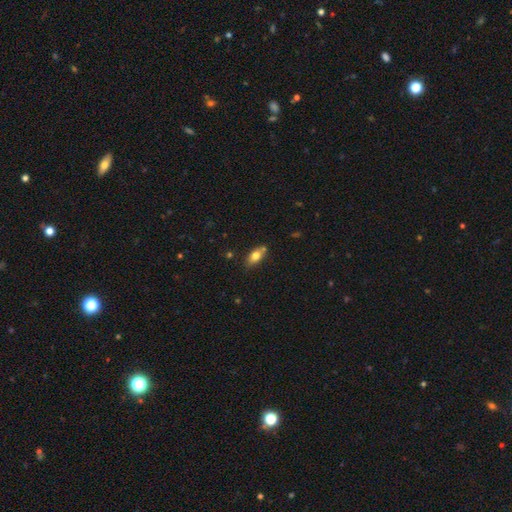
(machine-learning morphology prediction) Overall: smooth (74%). How rounded: in between (84%). Merging: none (68%).